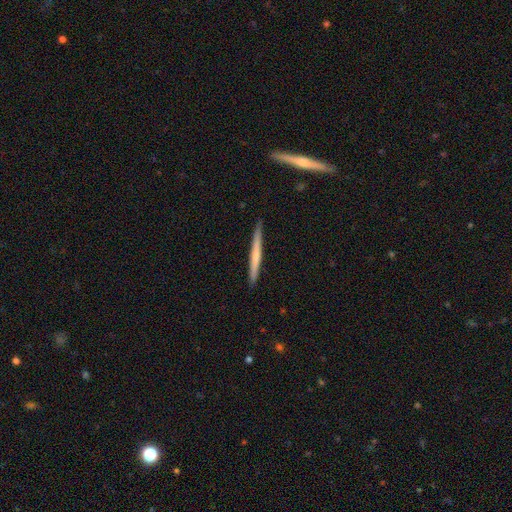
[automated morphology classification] Overall: smooth (52%; featured or disk 42%). How rounded: cigar-shaped (97%). Merging: none (89%).